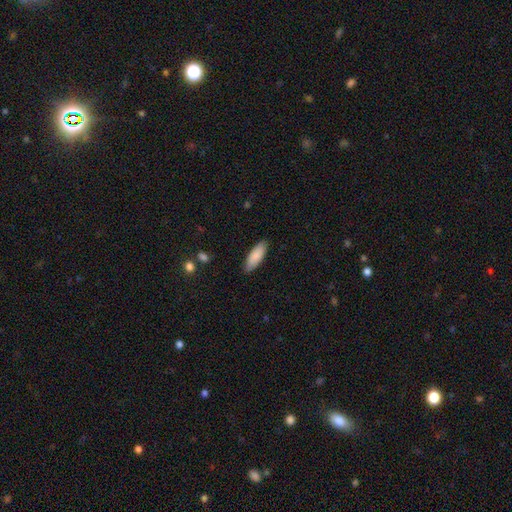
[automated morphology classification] Q: Smooth or featured?
A: smooth (86%); runner-up: featured or disk (8%)
Q: How rounded?
A: in between (60%); runner-up: cigar-shaped (38%)
Q: Merging?
A: none (88%); runner-up: minor disturbance (9%)